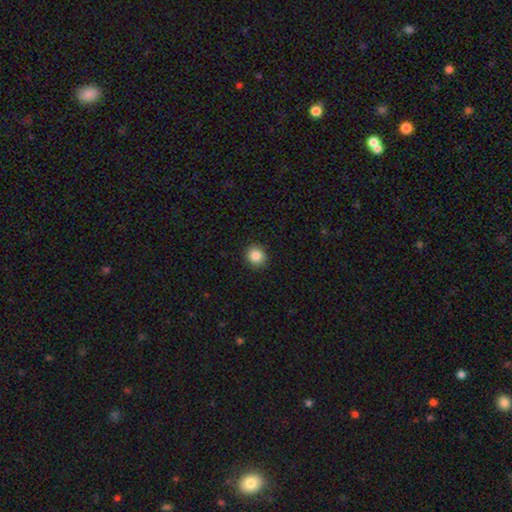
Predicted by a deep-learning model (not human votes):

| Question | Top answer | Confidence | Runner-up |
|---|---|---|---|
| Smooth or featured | smooth | 86% | star or artifact (10%) |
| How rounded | round | 82% | in between (17%) |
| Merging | none | 92% | minor disturbance (5%) |